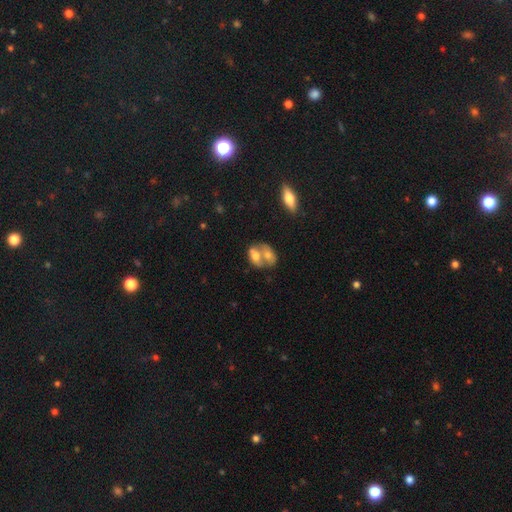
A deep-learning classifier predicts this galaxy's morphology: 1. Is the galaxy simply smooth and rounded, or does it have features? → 63% smooth, 29% featured or disk, 8% star or artifact.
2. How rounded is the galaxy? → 78% in between, 19% round, 3% cigar-shaped.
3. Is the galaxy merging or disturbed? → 71% merger, 18% none, 7% minor disturbance, 5% major disturbance.